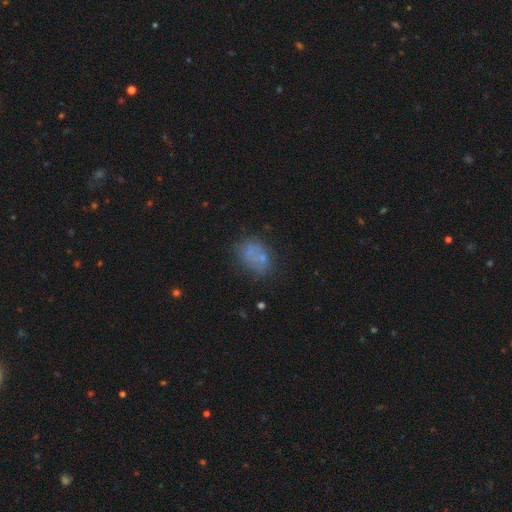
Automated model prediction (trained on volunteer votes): Q: Smooth or featured?
A: smooth (59%); runner-up: featured or disk (24%)
Q: How rounded?
A: in between (64%); runner-up: round (34%)
Q: Merging?
A: none (52%); runner-up: minor disturbance (20%)